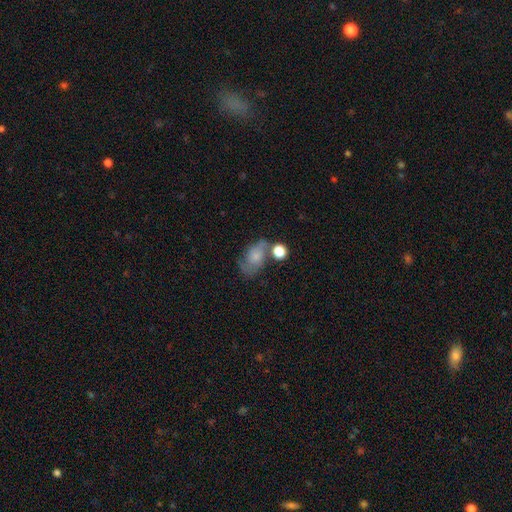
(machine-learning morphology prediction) Q: Smooth or featured?
A: smooth (53%); runner-up: featured or disk (36%)
Q: How rounded?
A: in between (78%); runner-up: round (20%)
Q: Merging?
A: none (41%); runner-up: minor disturbance (24%)